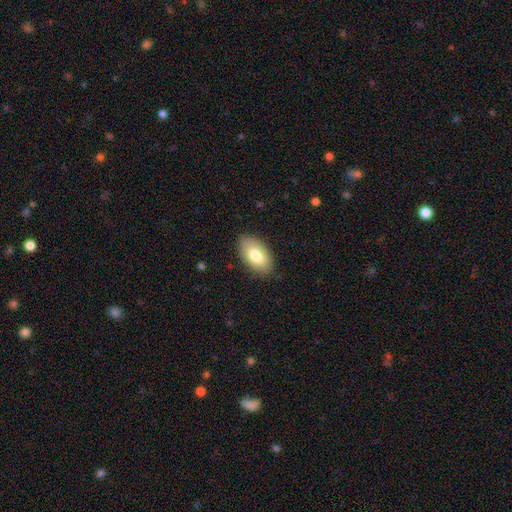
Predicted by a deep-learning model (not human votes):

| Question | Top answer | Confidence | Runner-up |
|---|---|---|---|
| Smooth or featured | smooth | 79% | featured or disk (15%) |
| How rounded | in between | 95% | round (3%) |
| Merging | none | 86% | minor disturbance (11%) |